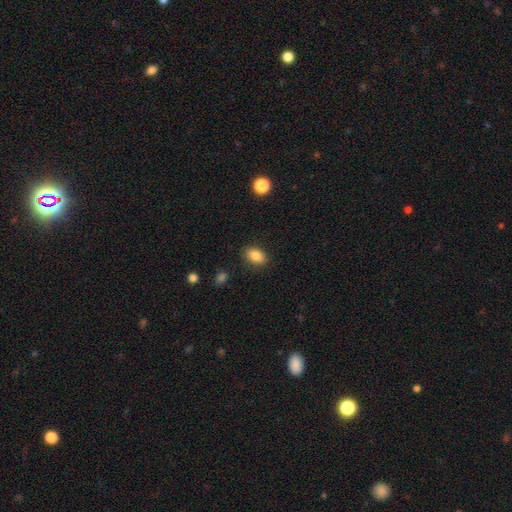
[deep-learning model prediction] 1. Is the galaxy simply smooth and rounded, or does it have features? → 85% smooth, 9% star or artifact, 6% featured or disk.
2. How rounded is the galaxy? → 82% in between, 16% round, 1% cigar-shaped.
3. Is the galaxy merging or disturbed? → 87% none, 9% minor disturbance, 2% major disturbance, 1% merger.